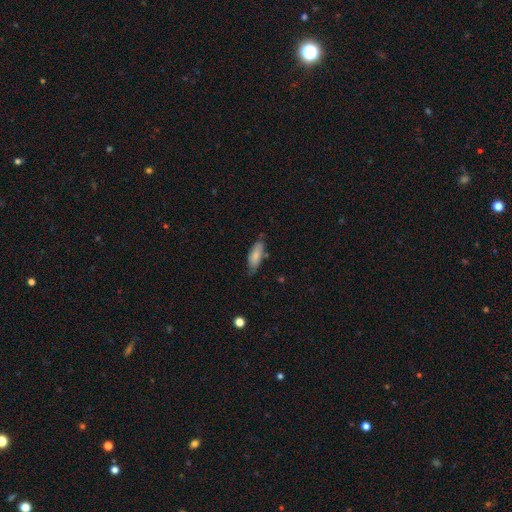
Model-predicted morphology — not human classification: Smooth or featured? Predicted: smooth (p=0.78). How rounded? Predicted: in between (p=0.75). Merging? Predicted: none (p=0.67).